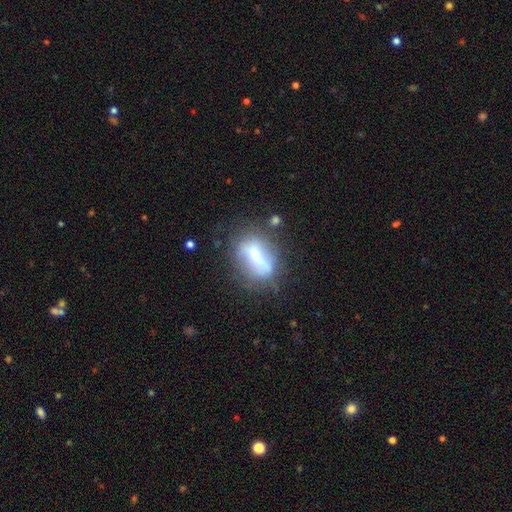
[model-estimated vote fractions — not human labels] Smooth or featured? smooth (47%)
Merging? none (51%)